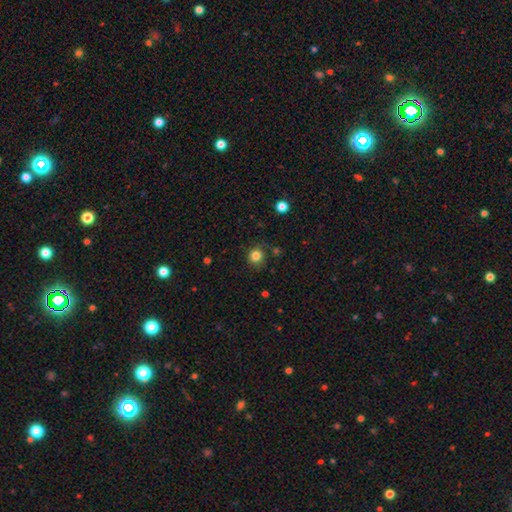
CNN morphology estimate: Q: Smooth or featured?
A: smooth (83%); runner-up: star or artifact (13%)
Q: How rounded?
A: round (90%); runner-up: in between (9%)
Q: Merging?
A: none (83%); runner-up: minor disturbance (11%)